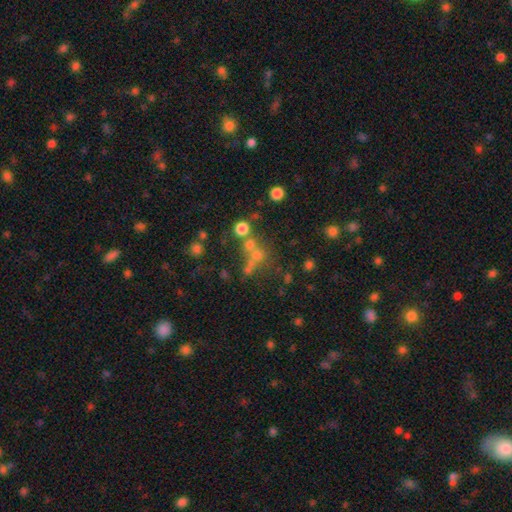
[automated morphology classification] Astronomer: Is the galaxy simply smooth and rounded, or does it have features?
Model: smooth — 42% (runner-up: star or artifact, 39%).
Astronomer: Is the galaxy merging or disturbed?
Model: none — 50% (runner-up: merger, 33%).